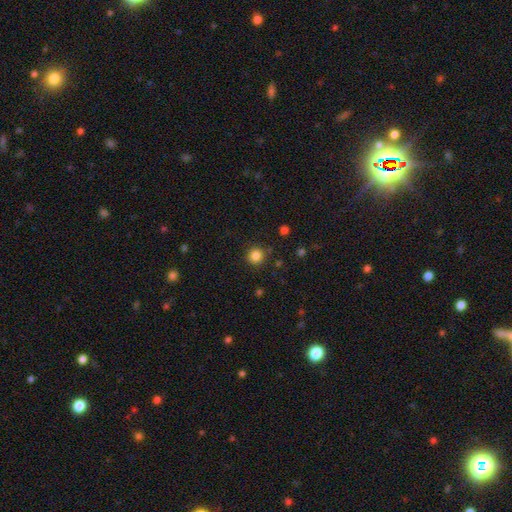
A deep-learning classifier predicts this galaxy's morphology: Smooth or featured? smooth (84%)
How rounded? round (94%)
Merging? none (90%)